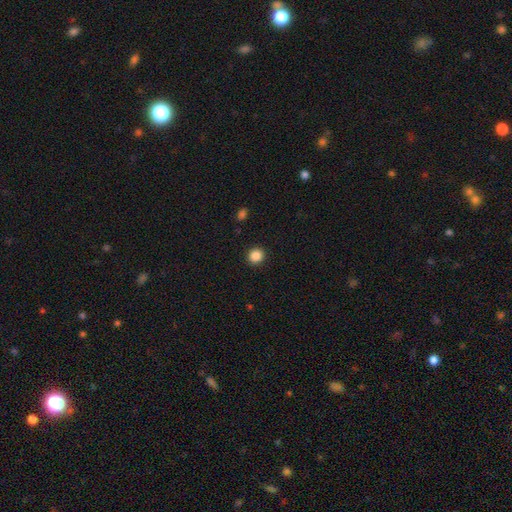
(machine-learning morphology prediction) Q: Smooth or featured?
A: smooth (87%); runner-up: star or artifact (10%)
Q: How rounded?
A: round (87%); runner-up: in between (12%)
Q: Merging?
A: none (92%); runner-up: minor disturbance (5%)